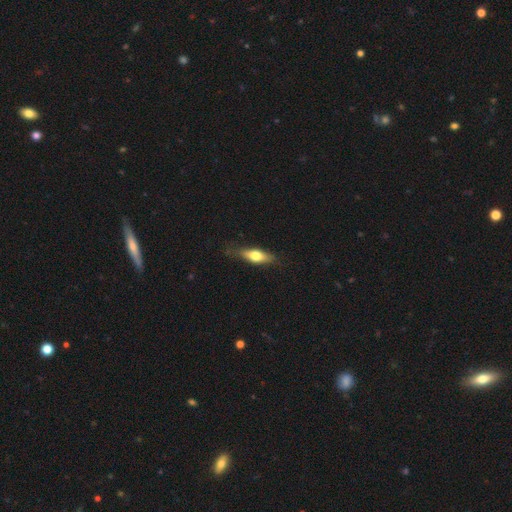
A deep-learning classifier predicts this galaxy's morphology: smooth 59%, featured or disk 35%, star or artifact 6%. Down the decision tree: how rounded — in between (53%); merging — none (74%).